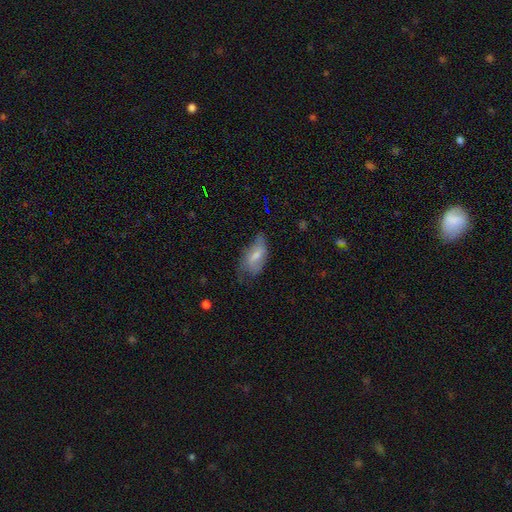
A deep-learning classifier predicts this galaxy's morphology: Smooth or featured?
  - smooth: 59% *
  - featured or disk: 33%
  - star or artifact: 8%
How rounded?
  - in between: 88% *
  - cigar-shaped: 8%
  - round: 4%
Merging?
  - none: 41% *
  - minor disturbance: 37%
  - major disturbance: 19%
  - merger: 2%